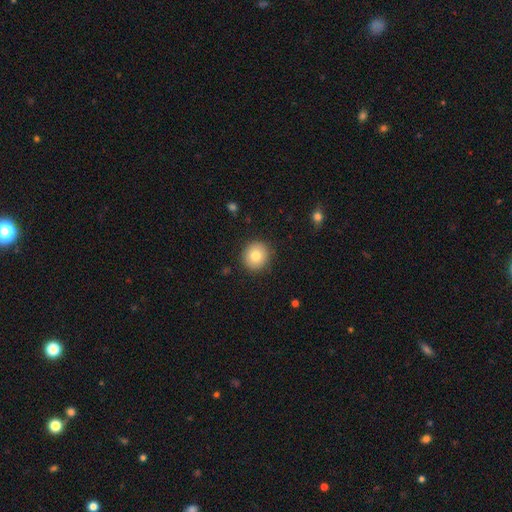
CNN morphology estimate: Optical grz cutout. It shows a smooth galaxy with no disk features (80%) that is round (90%). Merging: none (90%).